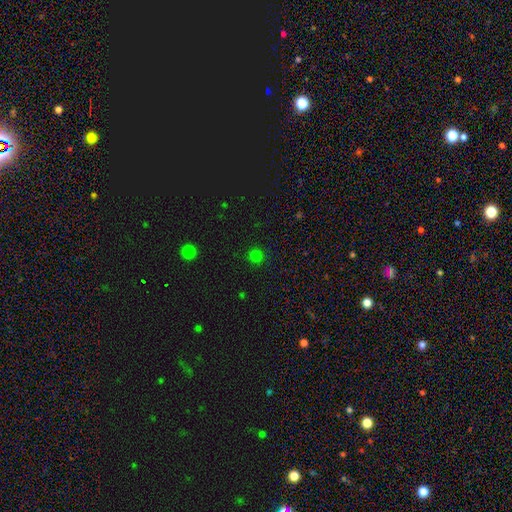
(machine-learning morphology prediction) Smooth or featured? smooth (76%)
How rounded? round (94%)
Merging? none (91%)